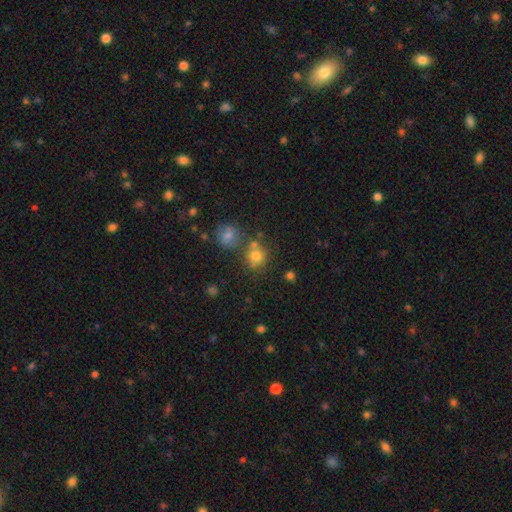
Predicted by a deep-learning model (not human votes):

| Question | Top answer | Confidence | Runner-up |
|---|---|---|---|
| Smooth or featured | smooth | 75% | star or artifact (16%) |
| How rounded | round | 83% | in between (16%) |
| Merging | none | 63% | merger (22%) |